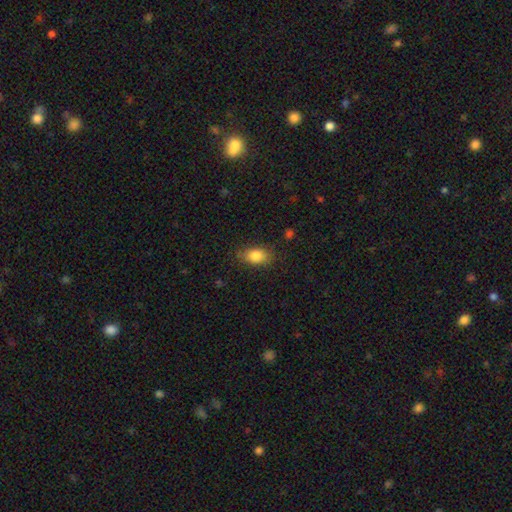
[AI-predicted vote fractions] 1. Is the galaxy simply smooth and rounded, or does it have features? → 84% smooth, 8% star or artifact, 8% featured or disk.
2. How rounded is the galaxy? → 86% in between, 12% round, 3% cigar-shaped.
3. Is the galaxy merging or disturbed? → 82% none, 14% minor disturbance, 4% major disturbance, 1% merger.